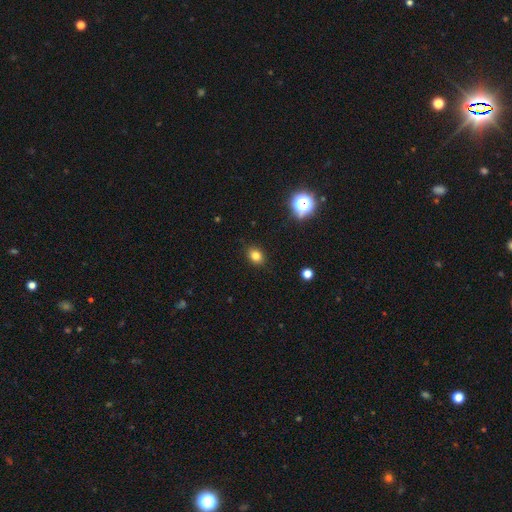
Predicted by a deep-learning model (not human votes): Q: Smooth or featured?
A: smooth (80%); runner-up: star or artifact (14%)
Q: How rounded?
A: in between (53%); runner-up: round (46%)
Q: Merging?
A: none (88%); runner-up: minor disturbance (9%)